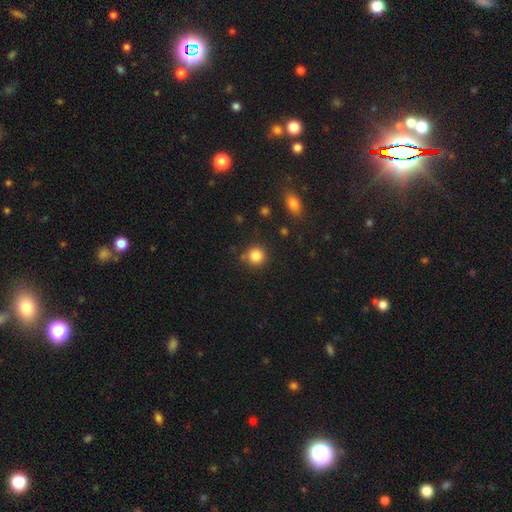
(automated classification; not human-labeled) Smooth or featured? Predicted: smooth (p=0.85). How rounded? Predicted: round (p=0.92). Merging? Predicted: none (p=0.80).